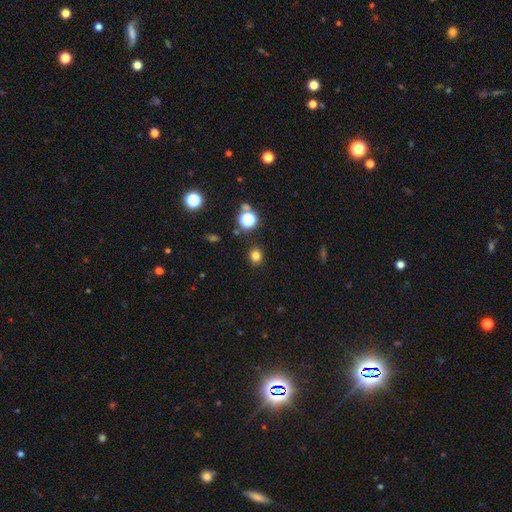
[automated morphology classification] Smooth or featured? Predicted: smooth (p=0.78). How rounded? Predicted: round (p=0.78). Merging? Predicted: none (p=0.89).